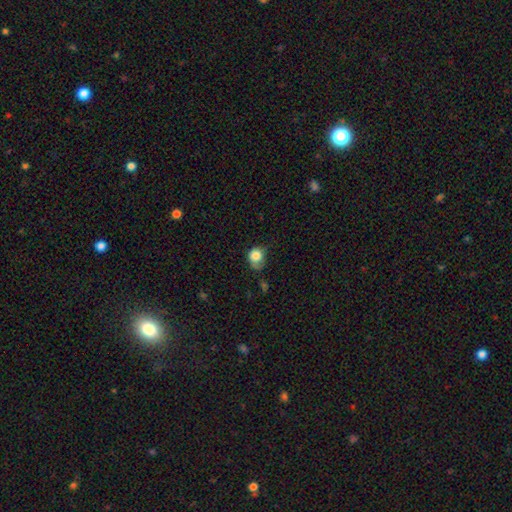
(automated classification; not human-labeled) Smooth or featured? Predicted: smooth (p=0.81). How rounded? Predicted: round (p=0.71). Merging? Predicted: minor disturbance (p=0.38).